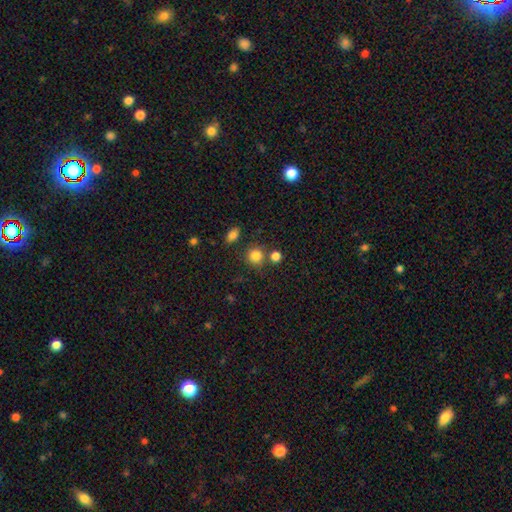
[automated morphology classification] Smooth or featured? Predicted: smooth (p=0.83). How rounded? Predicted: round (p=0.88). Merging? Predicted: none (p=0.74).